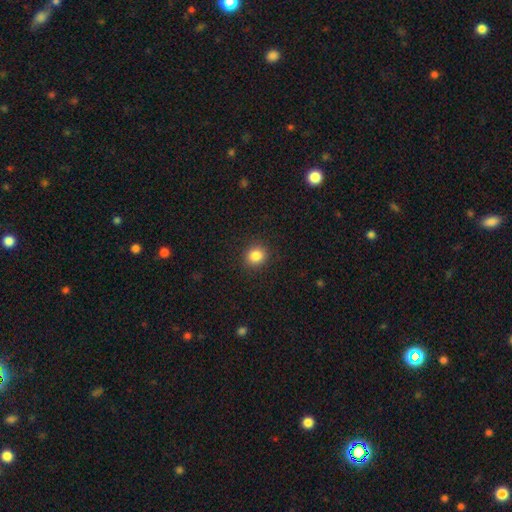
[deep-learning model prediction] Smooth or featured? Predicted: smooth (p=0.85). How rounded? Predicted: round (p=0.80). Merging? Predicted: none (p=0.90).